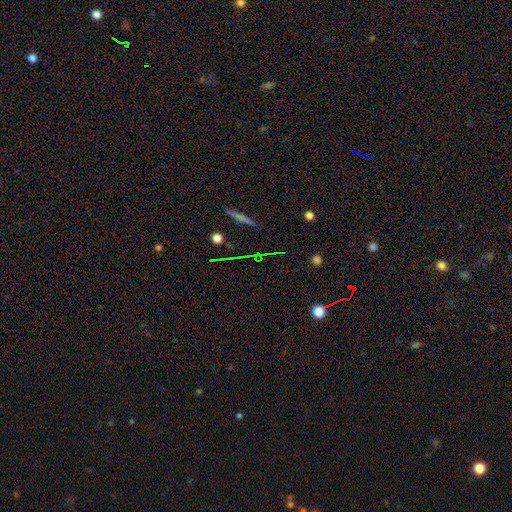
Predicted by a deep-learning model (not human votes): This appears to be a star or artifact, not a galaxy (46%).